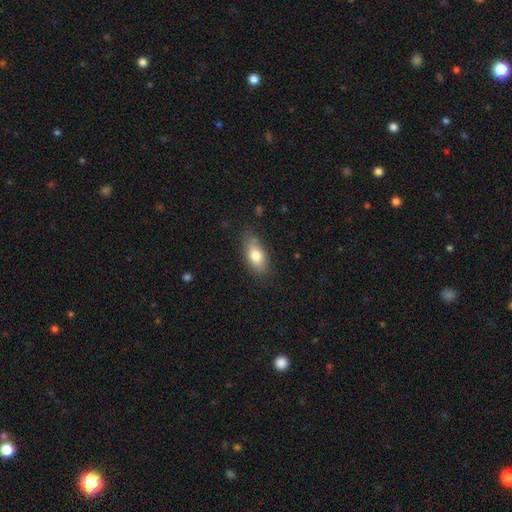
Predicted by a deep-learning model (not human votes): The model was most divided on "merging": none: 75%, minor disturbance: 19%, major disturbance: 4%, merger: 2%. More confident: how rounded — in between (86%); smooth or featured — smooth (79%).